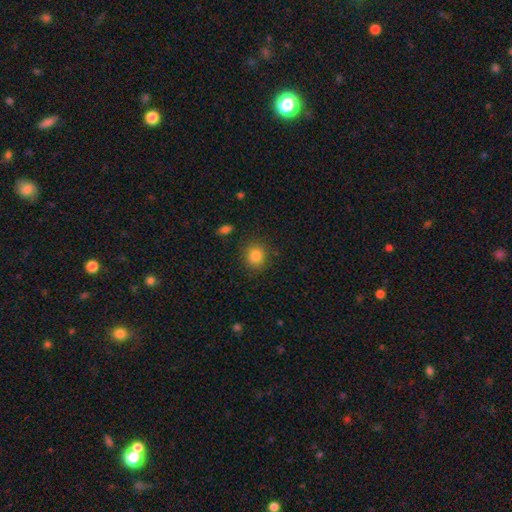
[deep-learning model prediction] smooth 84%, star or artifact 10%, featured or disk 5%. Down the decision tree: how rounded — round (79%); merging — none (87%).